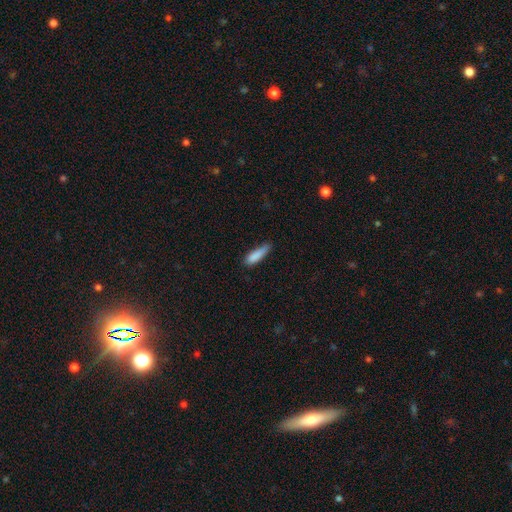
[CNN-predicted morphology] Q: Smooth or featured?
A: smooth (86%); runner-up: featured or disk (8%)
Q: How rounded?
A: cigar-shaped (69%); runner-up: in between (29%)
Q: Merging?
A: none (60%); runner-up: minor disturbance (32%)